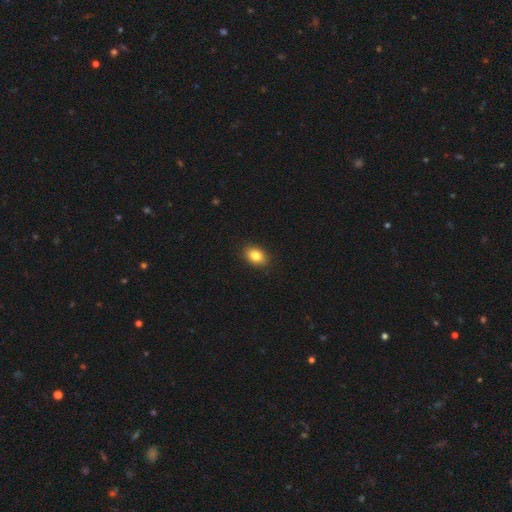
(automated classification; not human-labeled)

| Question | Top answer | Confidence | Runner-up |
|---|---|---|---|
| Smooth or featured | smooth | 85% | star or artifact (9%) |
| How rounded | in between | 81% | round (18%) |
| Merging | none | 89% | minor disturbance (8%) |